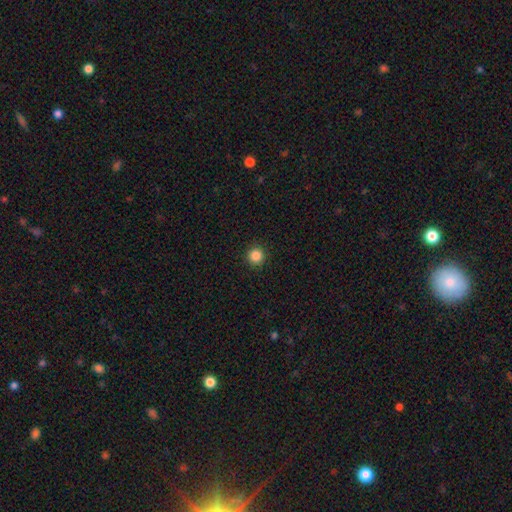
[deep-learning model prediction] A smooth galaxy with no disk features (86%) that is round (95%). Merging: none (92%).